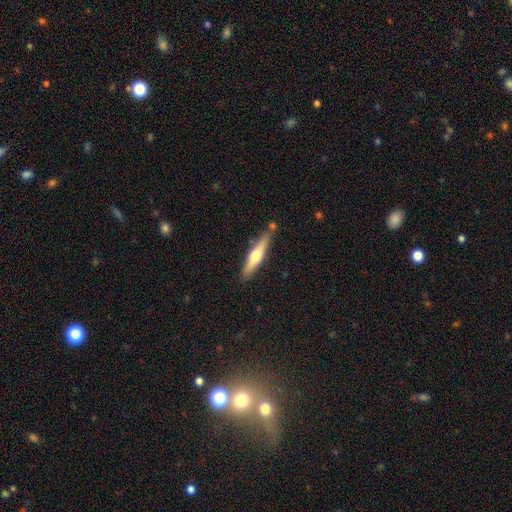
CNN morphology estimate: Q: Smooth or featured?
A: smooth (48%); runner-up: featured or disk (47%)
Q: Merging?
A: none (79%); runner-up: minor disturbance (13%)